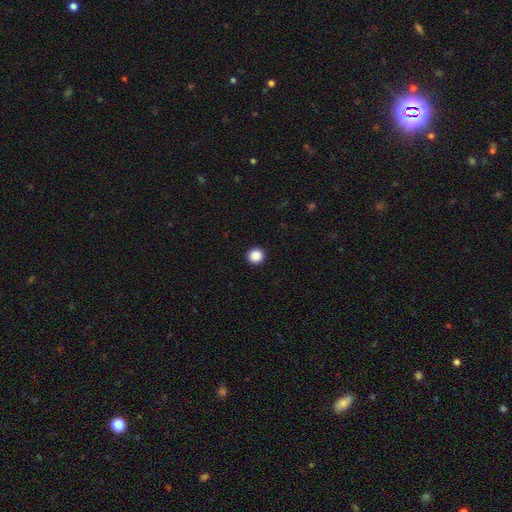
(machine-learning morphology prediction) Smooth or featured: smooth — 88% (star or artifact — 10%)
How rounded: round — 96% (in between — 3%)
Merging: none — 94% (minor disturbance — 4%)